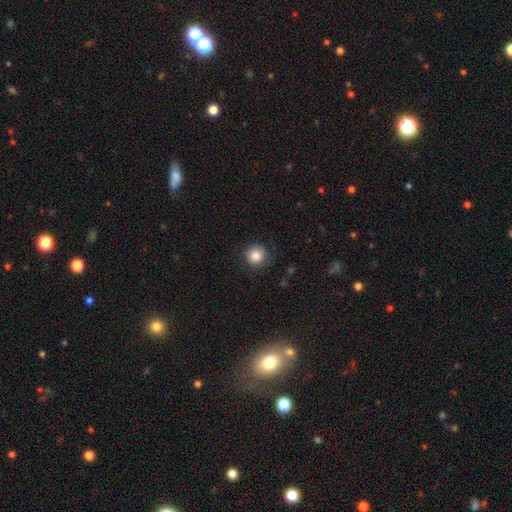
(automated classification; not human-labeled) The model was most divided on "smooth or featured": smooth: 83%, star or artifact: 10%, featured or disk: 7%. More confident: how rounded — round (94%); merging — none (85%).